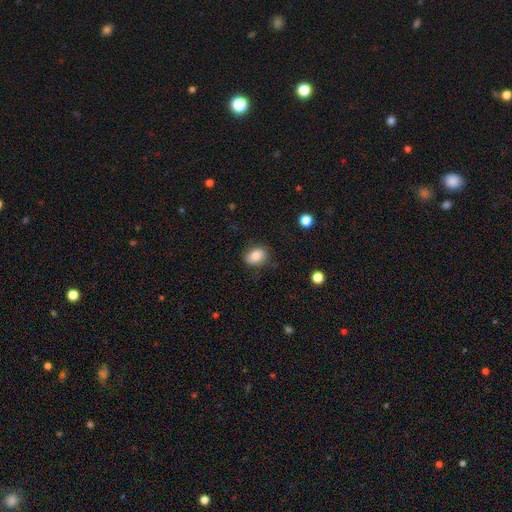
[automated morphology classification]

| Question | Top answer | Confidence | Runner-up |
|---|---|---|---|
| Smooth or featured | smooth | 79% | featured or disk (12%) |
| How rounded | in between | 70% | round (29%) |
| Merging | none | 78% | minor disturbance (17%) |